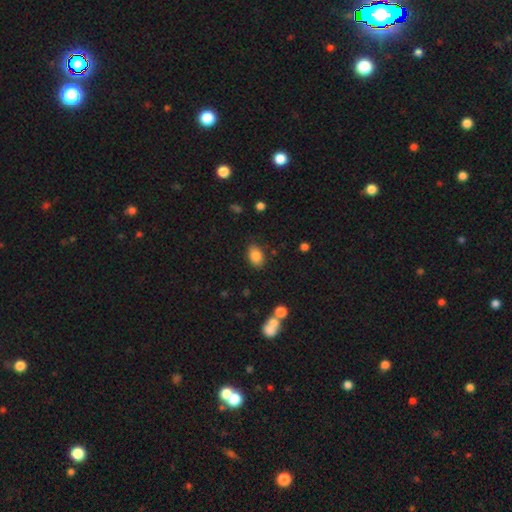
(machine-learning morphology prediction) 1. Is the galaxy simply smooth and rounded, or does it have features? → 85% smooth, 9% star or artifact, 6% featured or disk.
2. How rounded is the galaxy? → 85% in between, 14% round, 1% cigar-shaped.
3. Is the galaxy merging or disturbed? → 82% none, 12% minor disturbance, 3% major disturbance, 2% merger.